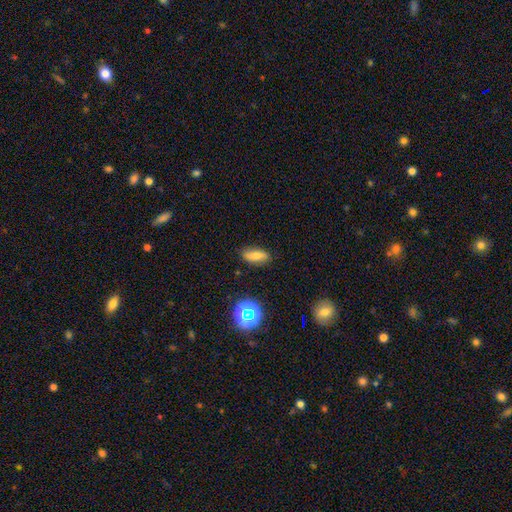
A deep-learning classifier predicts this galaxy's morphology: Smooth or featured? Predicted: smooth (p=0.74). How rounded? Predicted: in between (p=0.75). Merging? Predicted: none (p=0.84).